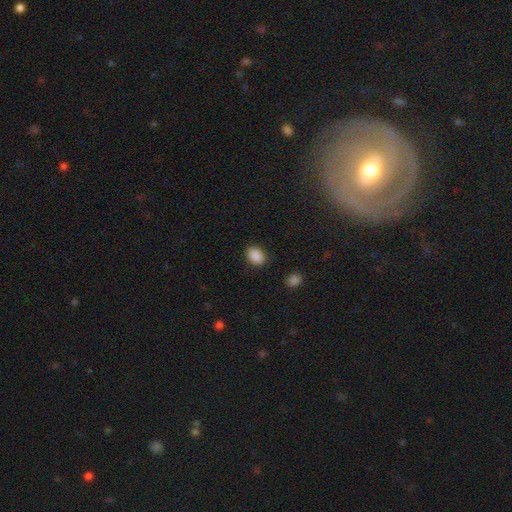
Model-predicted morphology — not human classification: Smooth or featured: smooth — 89% (star or artifact — 9%)
How rounded: in between — 66% (round — 33%)
Merging: none — 87% (minor disturbance — 9%)